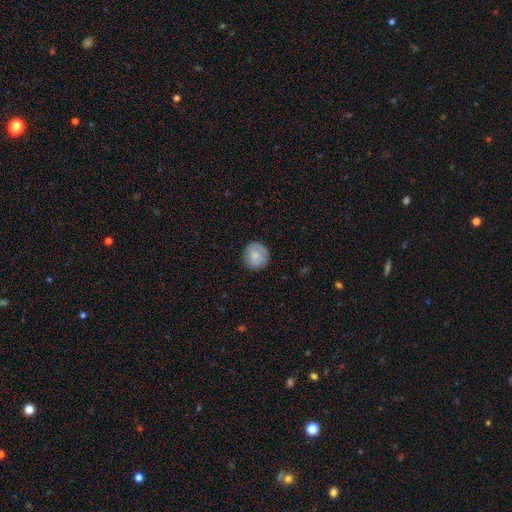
Smooth or featured?
  - smooth: 86% *
  - featured or disk: 11%
  - star or artifact: 3%
How rounded?
  - round: 97% *
  - in between: 3%
  - cigar-shaped: 0%
Merging?
  - none: 86% *
  - minor disturbance: 9%
  - major disturbance: 6%
  - merger: 0%